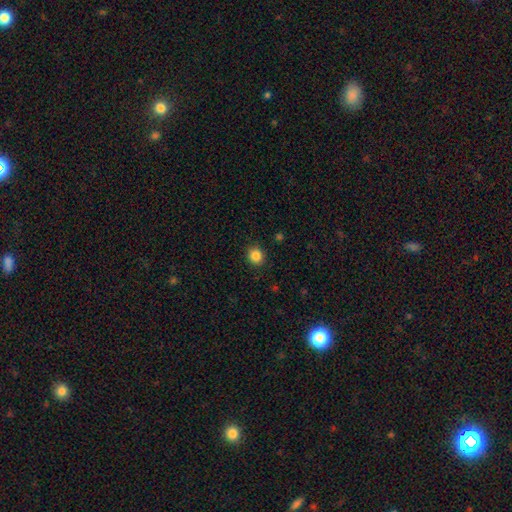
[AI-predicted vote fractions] Smooth or featured? Predicted: smooth (p=0.85). How rounded? Predicted: round (p=0.86). Merging? Predicted: none (p=0.91).